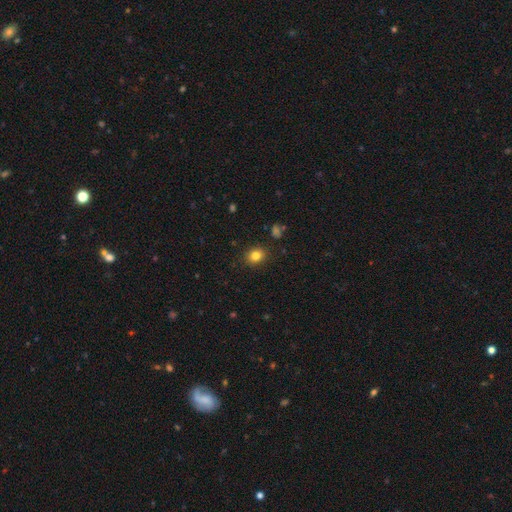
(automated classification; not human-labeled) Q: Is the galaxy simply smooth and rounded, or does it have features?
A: smooth — 83%.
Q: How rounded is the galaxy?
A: round — 59%.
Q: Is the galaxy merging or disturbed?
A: none — 88%.